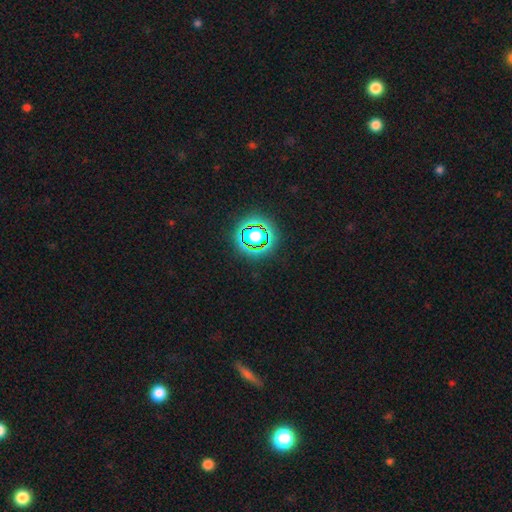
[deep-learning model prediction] A star or artifact, not a galaxy (75%).